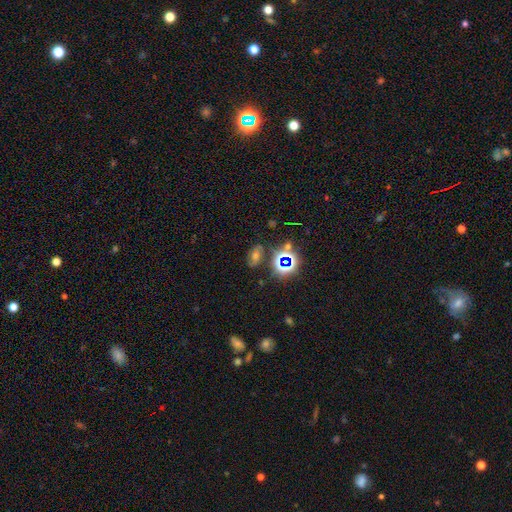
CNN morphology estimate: Overall: star or artifact (50%; smooth 33%).